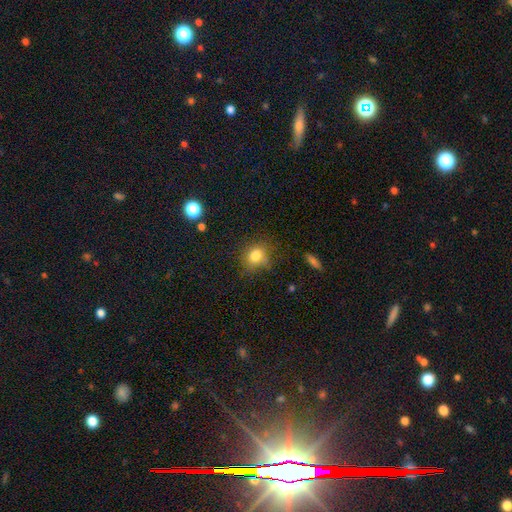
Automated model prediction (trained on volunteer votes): Overall: smooth (79%). How rounded: round (64%; in between 34%). Merging: none (68%).